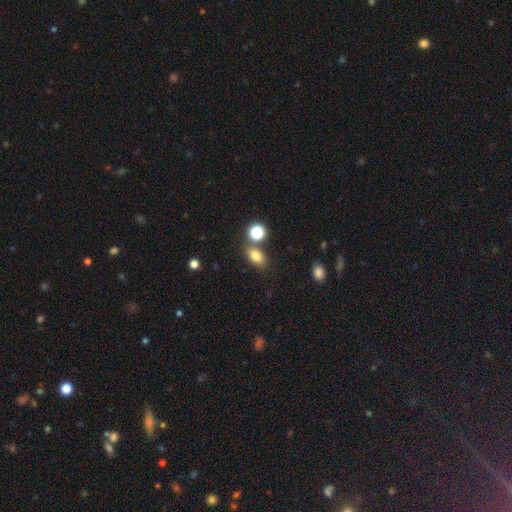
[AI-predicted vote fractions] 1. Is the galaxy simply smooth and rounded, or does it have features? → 79% smooth, 13% star or artifact, 8% featured or disk.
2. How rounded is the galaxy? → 78% in between, 20% round, 2% cigar-shaped.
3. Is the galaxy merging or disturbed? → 70% none, 15% merger, 11% minor disturbance, 4% major disturbance.